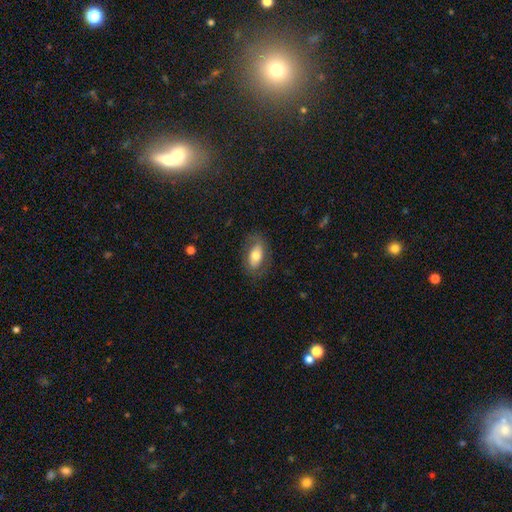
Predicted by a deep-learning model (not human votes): Morphology: type=smooth (62%); roundness=in between (88%); merging=none (75%).